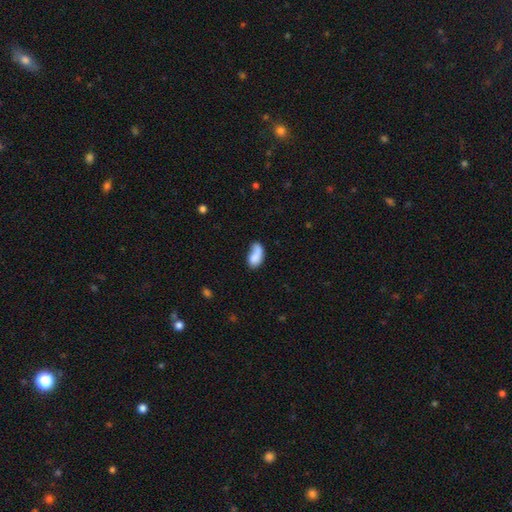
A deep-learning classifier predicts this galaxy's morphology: A smooth galaxy with no disk features (77%) that is in between round and cigar-shaped (90%). Merging: none (37%).